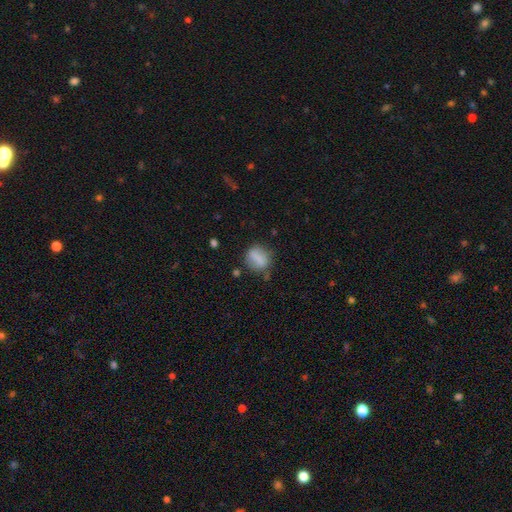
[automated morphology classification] smooth 77%, featured or disk 15%, star or artifact 9%. Down the decision tree: how rounded — round (55%); merging — none (69%).